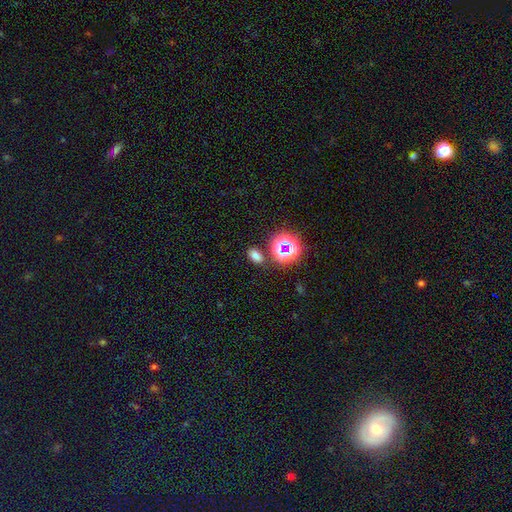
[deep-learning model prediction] Morphology: type=smooth (69%); roundness=in between (80%); merging=none (81%).